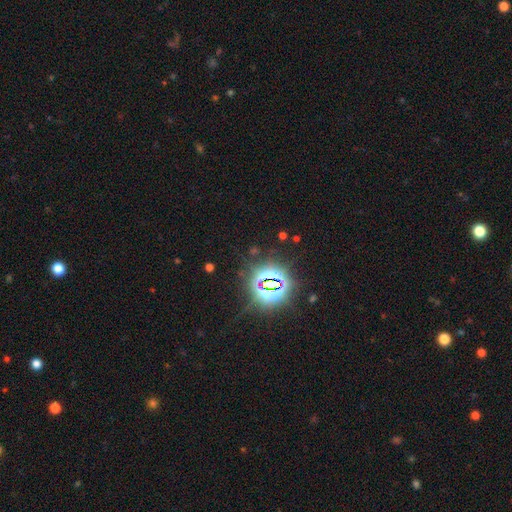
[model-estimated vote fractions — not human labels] A star or artifact, not a galaxy (83%).